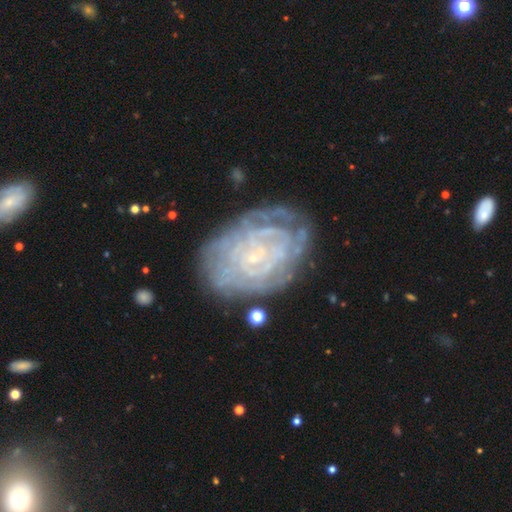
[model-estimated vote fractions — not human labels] smooth_or_featured: featured or disk (p=0.82) [alt: smooth p=0.11]
disk_edge_on: no (p=0.97) [alt: yes p=0.03]
bar: no (p=0.71) [alt: weak p=0.23]
has_spiral_arms: yes (p=0.89) [alt: no p=0.11]
spiral_winding: tight (p=0.82) [alt: medium p=0.14]
spiral_arm_count: can't tell (p=0.46) [alt: more than 4 p=0.14]
bulge_size: small (p=0.86) [alt: none p=0.06]
merging: none (p=0.69) [alt: minor disturbance p=0.19]